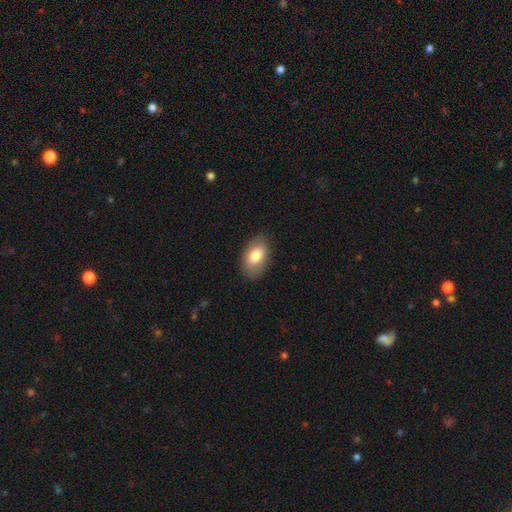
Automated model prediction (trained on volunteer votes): smooth 77%, featured or disk 16%, star or artifact 7%. Down the decision tree: how rounded — in between (91%); merging — none (83%).